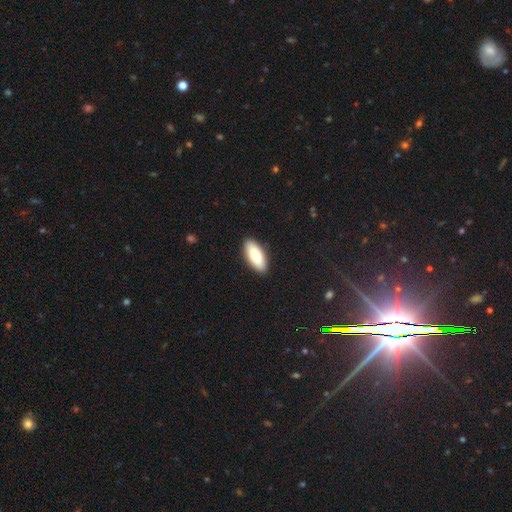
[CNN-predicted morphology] Overall: smooth (82%). How rounded: in between (82%). Merging: none (90%).